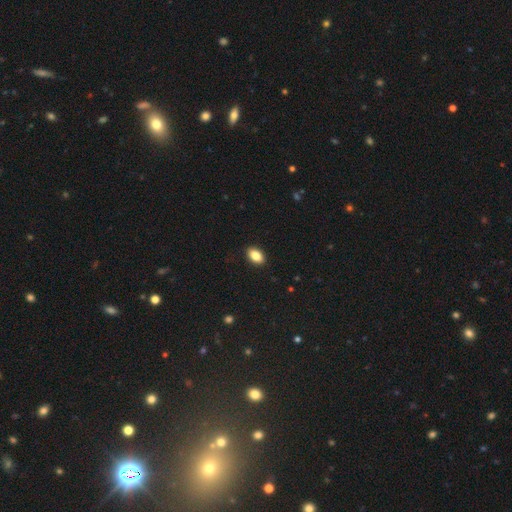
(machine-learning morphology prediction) This appears to be a smooth galaxy with no disk features (85%) that is in between round and cigar-shaped (89%). Merging: none (90%).